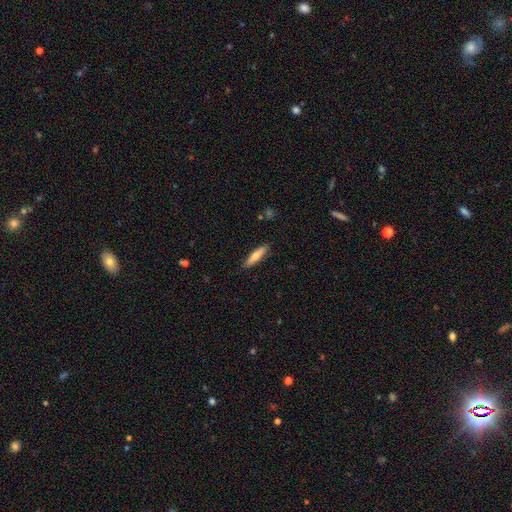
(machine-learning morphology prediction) Q: Smooth or featured?
A: smooth (66%); runner-up: featured or disk (28%)
Q: How rounded?
A: cigar-shaped (79%); runner-up: in between (20%)
Q: Merging?
A: none (88%); runner-up: minor disturbance (9%)